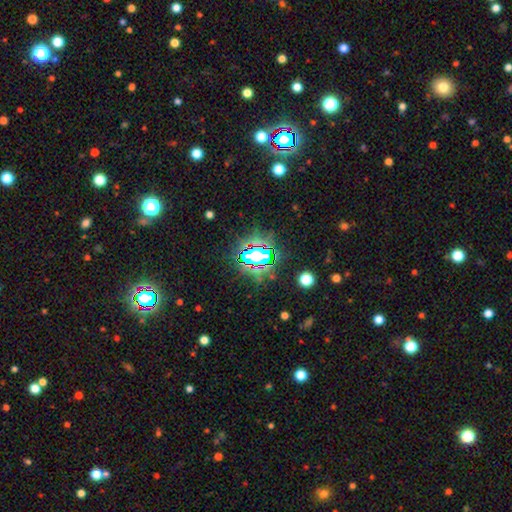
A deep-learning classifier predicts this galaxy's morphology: Smooth or featured? star or artifact (72%)